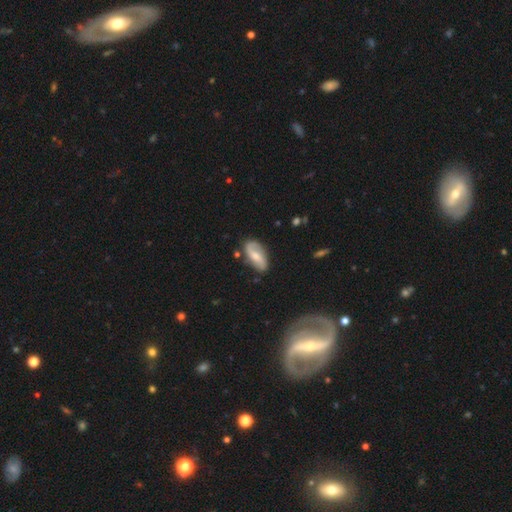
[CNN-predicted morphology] A featured or disk galaxy (64%) with no bar (41%), 2 (80%) loose (50%) spiral arms (90%) and a moderate central bulge (50%). Merging: none (73%).